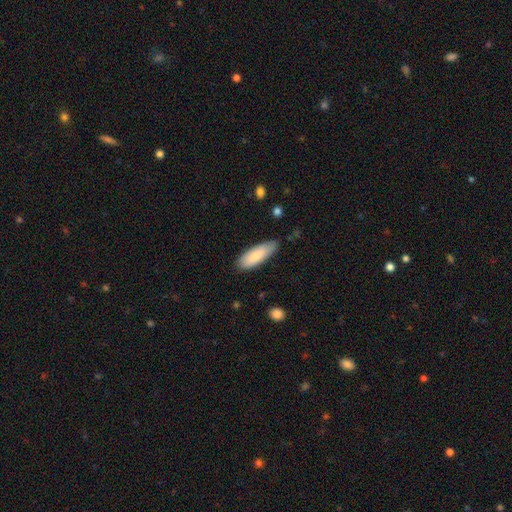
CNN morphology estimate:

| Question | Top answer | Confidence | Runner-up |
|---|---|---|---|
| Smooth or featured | smooth | 81% | featured or disk (14%) |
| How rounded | in between | 61% | cigar-shaped (37%) |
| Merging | none | 81% | minor disturbance (15%) |